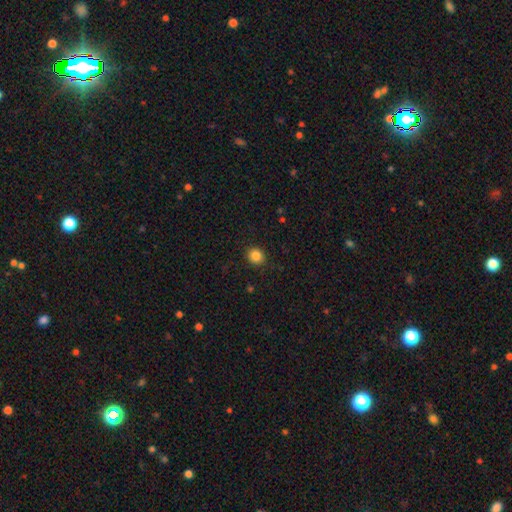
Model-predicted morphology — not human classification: Q: Smooth or featured?
A: smooth (85%); runner-up: star or artifact (11%)
Q: How rounded?
A: round (83%); runner-up: in between (16%)
Q: Merging?
A: none (90%); runner-up: minor disturbance (7%)